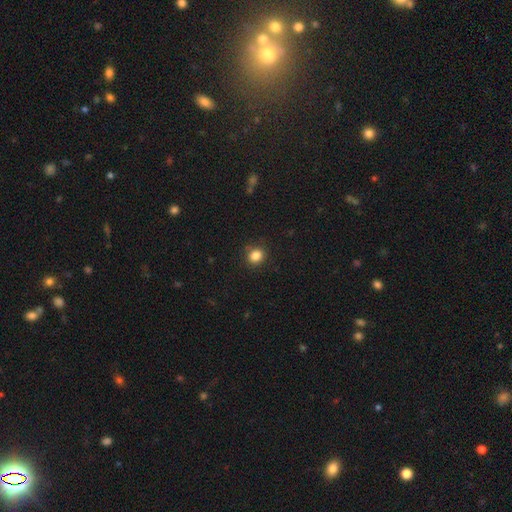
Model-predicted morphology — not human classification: This appears to be a smooth galaxy with no disk features (85%) that is round (79%). Merging: none (86%).